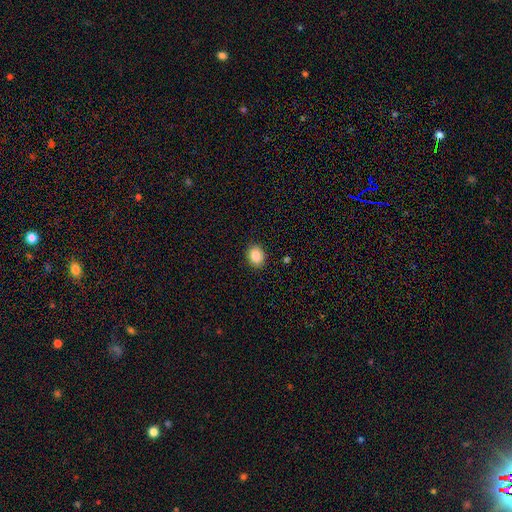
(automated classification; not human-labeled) smooth 86%, star or artifact 9%, featured or disk 5%. Down the decision tree: how rounded — in between (52%); merging — none (89%).